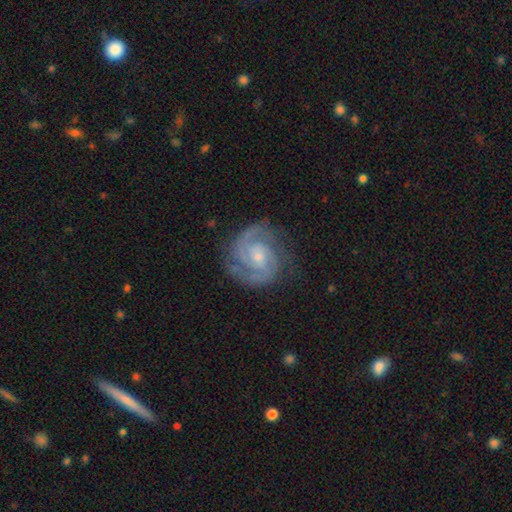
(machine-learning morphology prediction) Smooth or featured? Predicted: featured or disk (p=0.90). Edge-on disk? Predicted: no (p=0.98). Bar? Predicted: no (p=0.58). Spiral arms? Predicted: yes (p=0.98). Spiral winding? Predicted: tight (p=0.59). Spiral arm count? Predicted: 2 (p=0.76). Bulge size? Predicted: small (p=0.63). Merging? Predicted: none (p=0.78).